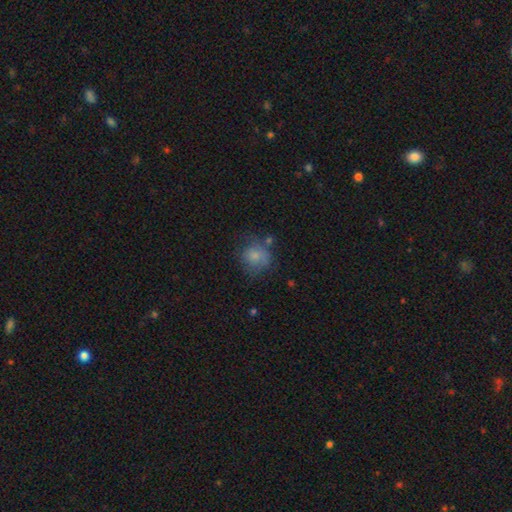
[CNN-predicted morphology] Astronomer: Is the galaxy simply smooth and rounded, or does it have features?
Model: smooth — 76%.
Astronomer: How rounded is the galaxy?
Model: round — 79%.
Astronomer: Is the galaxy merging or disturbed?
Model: none — 52%.